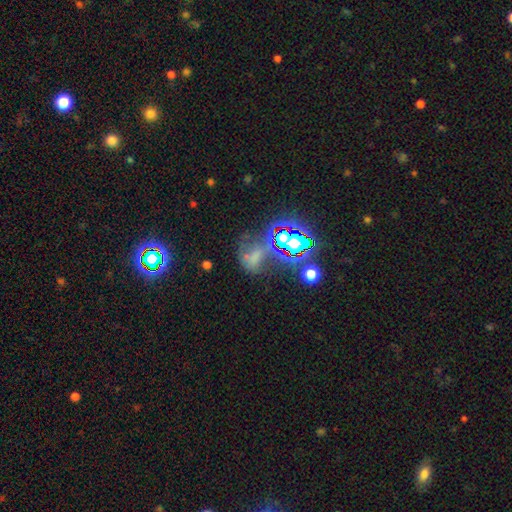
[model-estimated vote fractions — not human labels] Smooth or featured? star or artifact (44%)